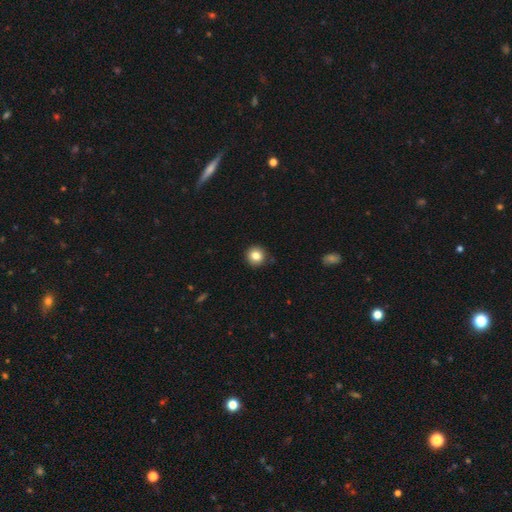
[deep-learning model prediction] Overall: smooth (83%). How rounded: round (94%). Merging: none (89%).